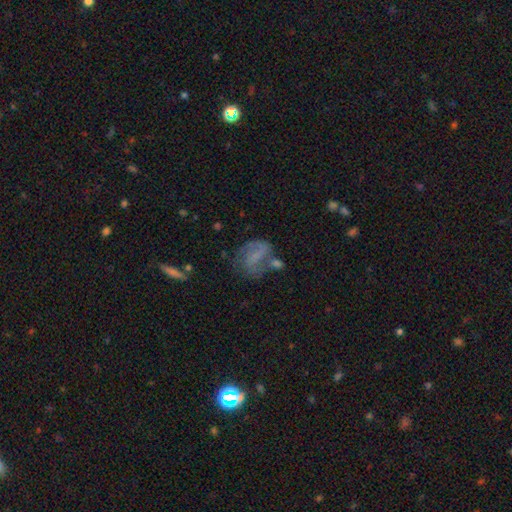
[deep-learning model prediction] Smooth or featured? featured or disk (52%)
Edge-on disk? no (96%)
Bar? weak (39%)
Spiral arms? yes (66%)
Bulge size? none (56%)
Merging? none (43%)